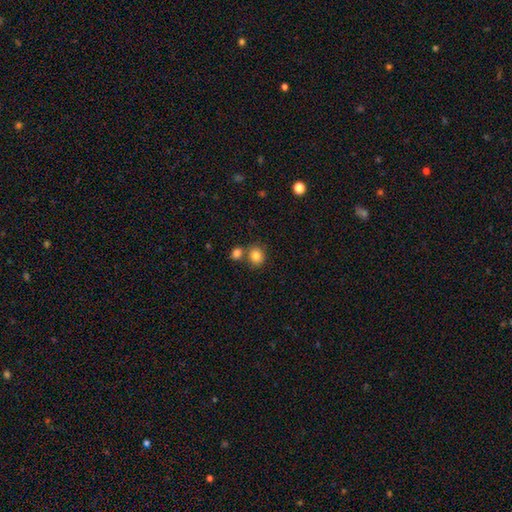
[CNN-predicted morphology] This is clearly a smooth galaxy (83%). How rounded: likely round (78%). Merging: likely none (64%).